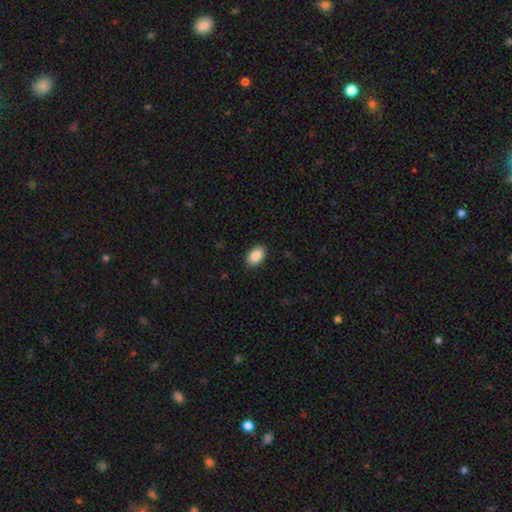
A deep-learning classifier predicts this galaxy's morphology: This appears to be a smooth galaxy with no disk features (90%) that is in between round and cigar-shaped (90%). Merging: none (88%).